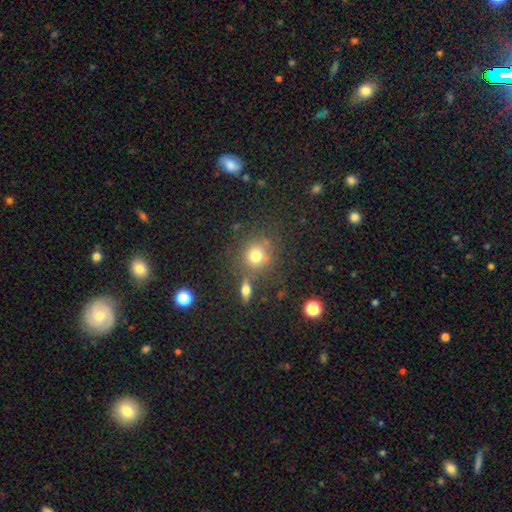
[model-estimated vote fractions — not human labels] Q: Smooth or featured?
A: smooth (73%); runner-up: star or artifact (15%)
Q: How rounded?
A: round (87%); runner-up: in between (12%)
Q: Merging?
A: none (70%); runner-up: merger (13%)